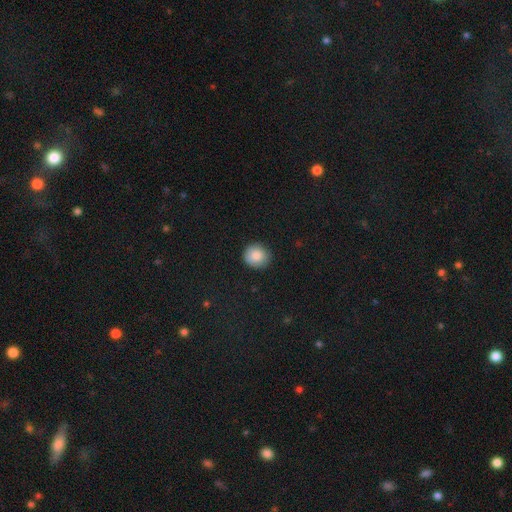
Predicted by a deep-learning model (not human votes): Smooth or featured: smooth — 85% (star or artifact — 8%)
How rounded: round — 84% (in between — 15%)
Merging: none — 87% (minor disturbance — 10%)